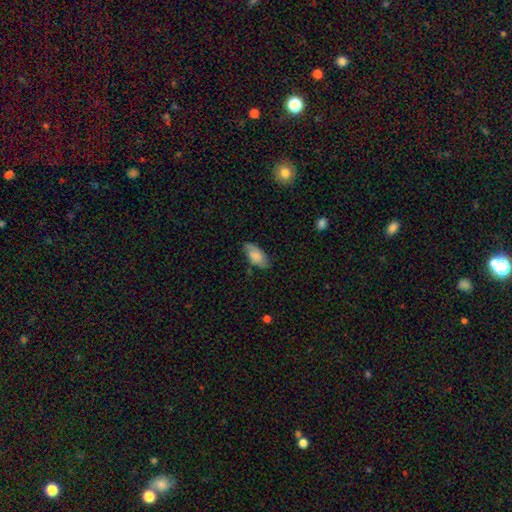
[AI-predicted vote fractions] The model was most divided on "merging": none: 69%, minor disturbance: 24%, major disturbance: 5%, merger: 2%. More confident: how rounded — in between (92%); smooth or featured — smooth (78%).